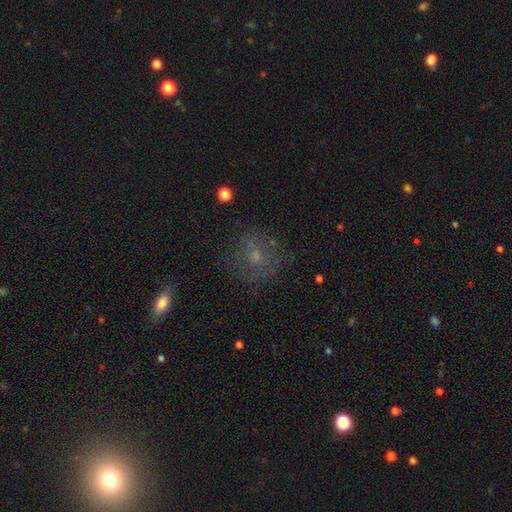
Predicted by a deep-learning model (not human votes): Overall: smooth (47%; featured or disk 31%). Merging: none (73%).